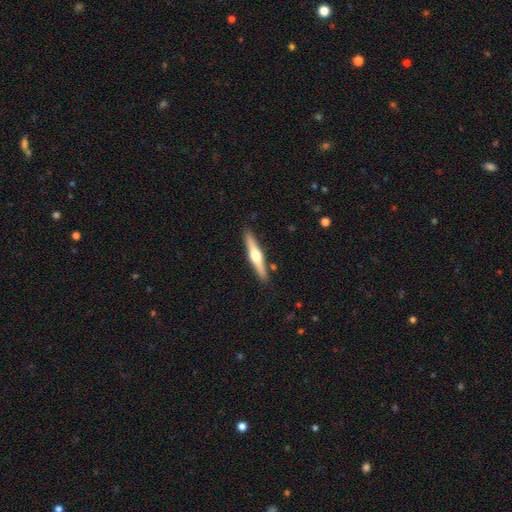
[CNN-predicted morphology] smooth_or_featured: featured or disk (p=0.66) [alt: smooth p=0.30]
disk_edge_on: yes (p=0.97) [alt: no p=0.03]
edge_on_bulge: rounded (p=0.94) [alt: boxy p=0.03]
merging: none (p=0.88) [alt: minor disturbance p=0.08]